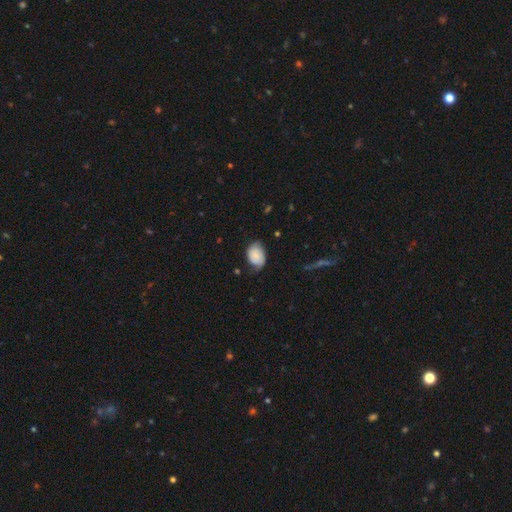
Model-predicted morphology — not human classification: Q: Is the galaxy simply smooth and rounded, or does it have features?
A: smooth — 64%.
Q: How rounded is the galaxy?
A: in between — 76%.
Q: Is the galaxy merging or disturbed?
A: none — 54%.